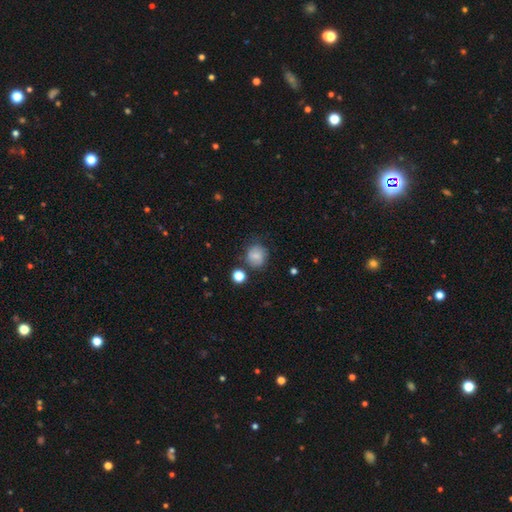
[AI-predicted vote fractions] A smooth galaxy with no disk features (78%) that is round (81%).

Vote fractions:
- Smooth or featured? smooth: 78% / featured or disk: 11% / star or artifact: 11%
- How rounded? round: 81% / in between: 18% / cigar-shaped: 1%
- Merging? none: 71% / minor disturbance: 18% / major disturbance: 6% / merger: 5%